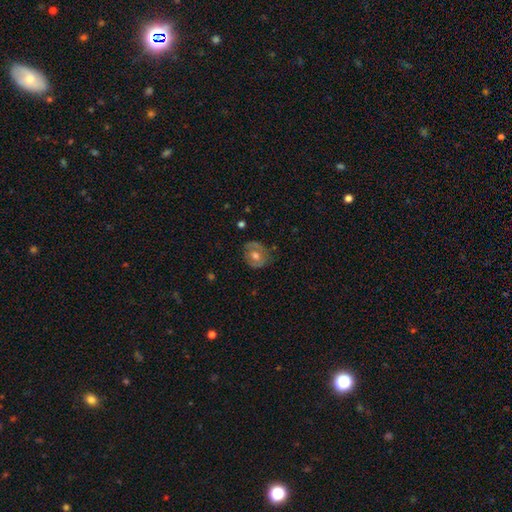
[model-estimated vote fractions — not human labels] A featured or disk galaxy (50%).

Vote fractions:
- Smooth or featured? featured or disk: 50% / smooth: 42% / star or artifact: 9%
- Merging? none: 71% / minor disturbance: 20% / major disturbance: 7% / merger: 2%